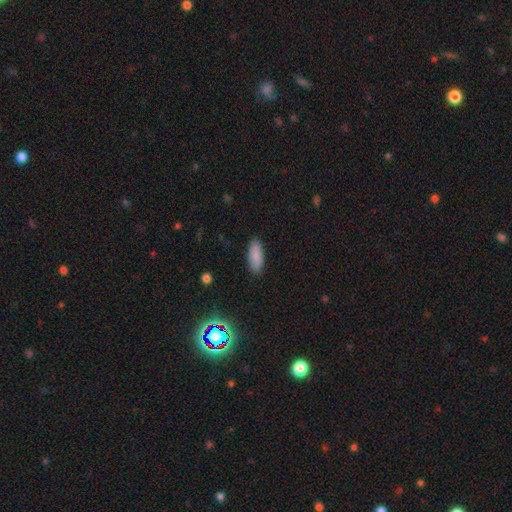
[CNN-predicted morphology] type=smooth (87%); roundness=in between (74%); merging=none (89%).